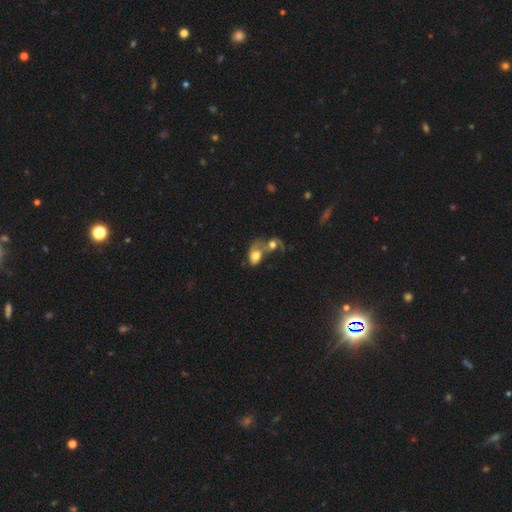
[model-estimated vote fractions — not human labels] A smooth galaxy with no disk features (59%) that is in between round and cigar-shaped (76%).

Vote fractions:
- Smooth or featured? smooth: 59% / featured or disk: 32% / star or artifact: 9%
- How rounded? in between: 76% / round: 22% / cigar-shaped: 2%
- Merging? merger: 74% / major disturbance: 10% / none: 10% / minor disturbance: 6%